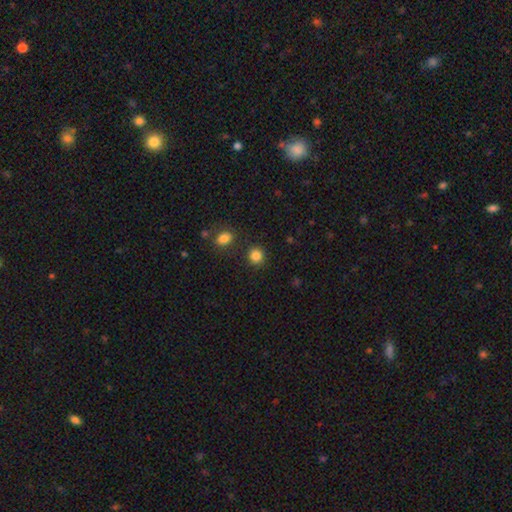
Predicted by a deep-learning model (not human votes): A smooth galaxy with no disk features (85%) that is round (86%). Merging: none (87%).